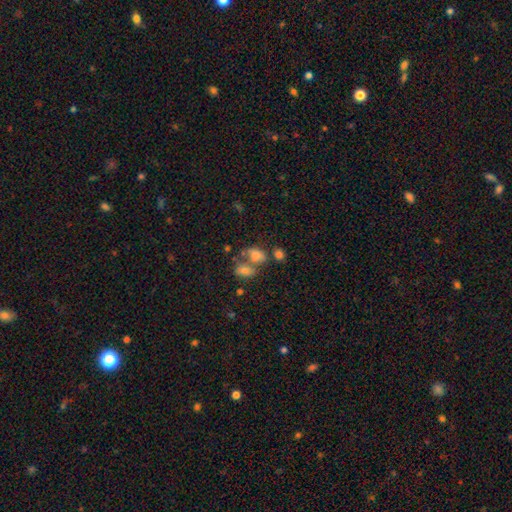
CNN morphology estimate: This appears to be a smooth galaxy with no disk features (69%) that is in between round and cigar-shaped (77%). Merging: merger (50%).